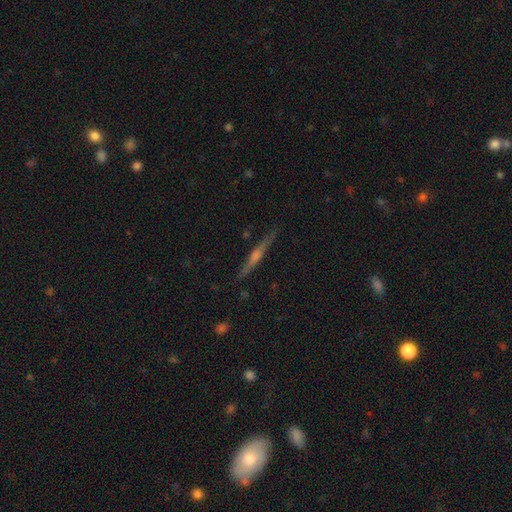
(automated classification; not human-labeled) A featured or disk galaxy (77%) viewed edge-on (98%) with a rounded central bulge (76%). Merging: none (89%).